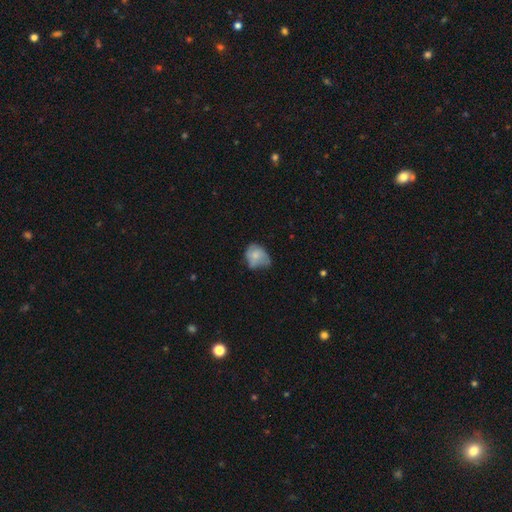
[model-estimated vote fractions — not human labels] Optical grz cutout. It shows a smooth galaxy with no disk features (62%) that is in between round and cigar-shaped (54%). Merging: minor disturbance (41%).